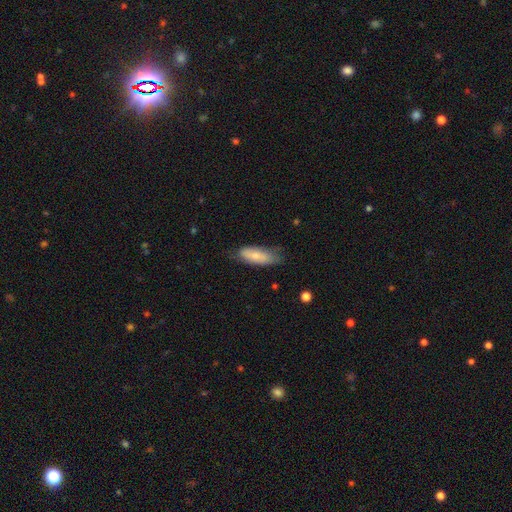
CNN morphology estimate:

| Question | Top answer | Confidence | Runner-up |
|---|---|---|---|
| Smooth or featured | smooth | 69% | featured or disk (24%) |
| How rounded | in between | 72% | cigar-shaped (25%) |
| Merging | none | 63% | minor disturbance (28%) |